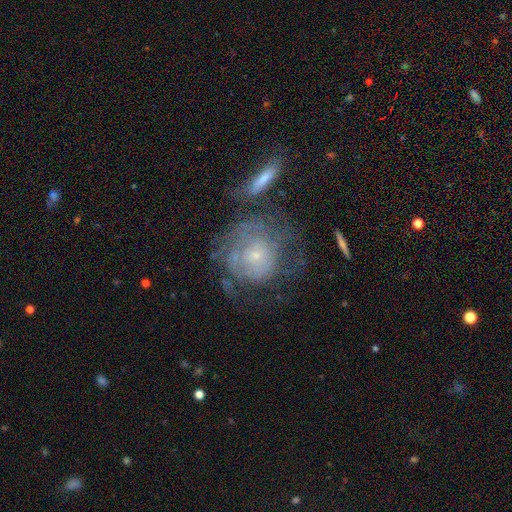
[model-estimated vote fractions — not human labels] A featured or disk galaxy (61%) with no bar (83%), spiral arms (63%) and a small central bulge (80%).

Vote fractions:
- Smooth or featured? featured or disk: 61% / smooth: 29% / star or artifact: 10%
- Edge-on disk? no: 95% / yes: 5%
- Bar? no: 83% / weak: 14% / strong: 3%
- Spiral arms? yes: 63% / no: 37%
- Bulge size? small: 80% / moderate: 13% / none: 4% / large: 2% / dominant: 1%
- Merging? none: 45% / major disturbance: 26% / minor disturbance: 19% / merger: 10%